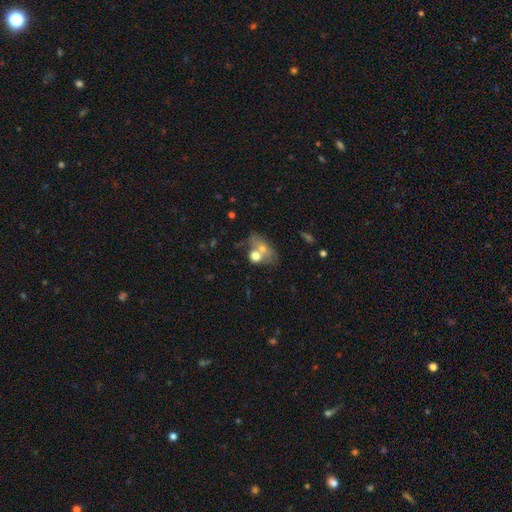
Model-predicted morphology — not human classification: Smooth or featured?
  - smooth: 63% *
  - featured or disk: 27%
  - star or artifact: 11%
How rounded?
  - in between: 56% *
  - round: 41%
  - cigar-shaped: 3%
Merging?
  - merger: 56% *
  - none: 24%
  - minor disturbance: 11%
  - major disturbance: 9%